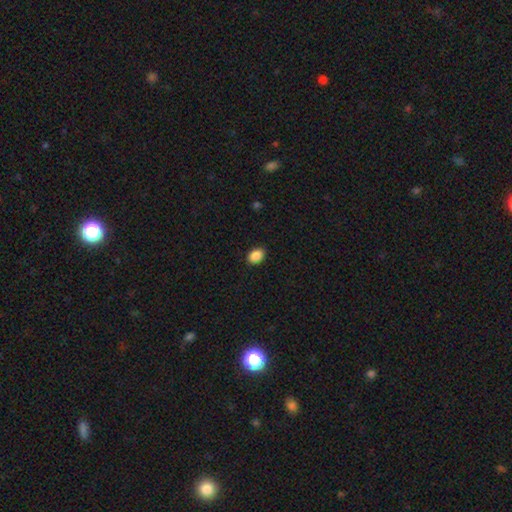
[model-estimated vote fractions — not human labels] Smooth or featured: smooth — 89% (star or artifact — 8%)
How rounded: in between — 77% (round — 22%)
Merging: none — 89% (minor disturbance — 8%)